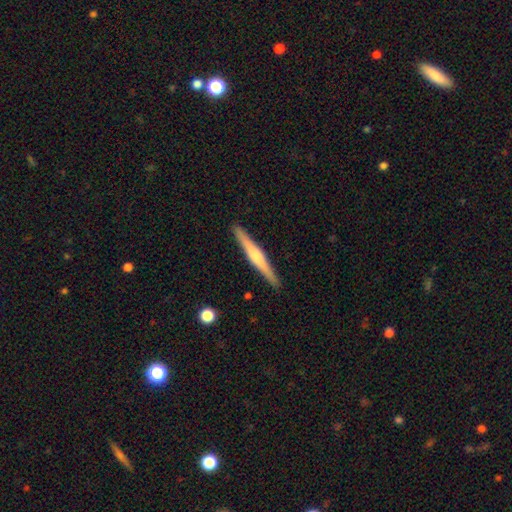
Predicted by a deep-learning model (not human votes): The model was most divided on "smooth or featured": featured or disk: 62%, smooth: 33%, star or artifact: 5%. More confident: edge-on disk — yes (98%); merging — none (91%); edge-on bulge — rounded (66%).